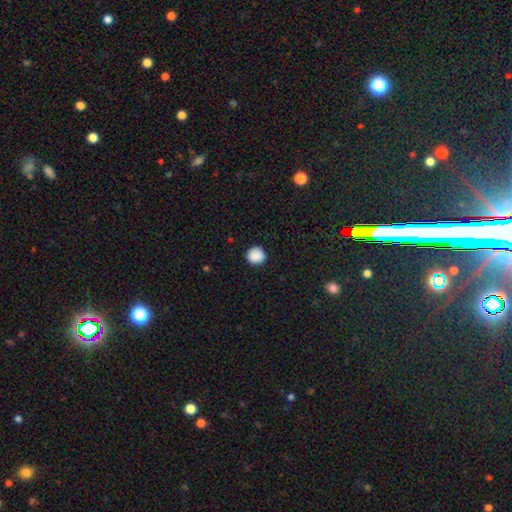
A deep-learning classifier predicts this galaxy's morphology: Smooth or featured: smooth — 89% (star or artifact — 8%)
How rounded: round — 93% (in between — 6%)
Merging: none — 91% (minor disturbance — 6%)